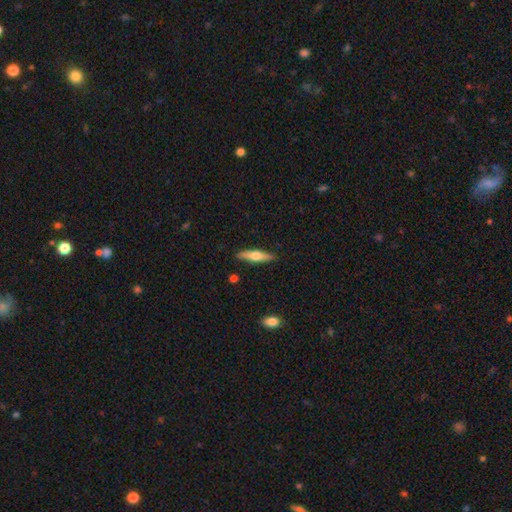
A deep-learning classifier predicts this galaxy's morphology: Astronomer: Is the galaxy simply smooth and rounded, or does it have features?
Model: featured or disk — 47%, tied with smooth at 47%.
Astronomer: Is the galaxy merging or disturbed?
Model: none — 88%.